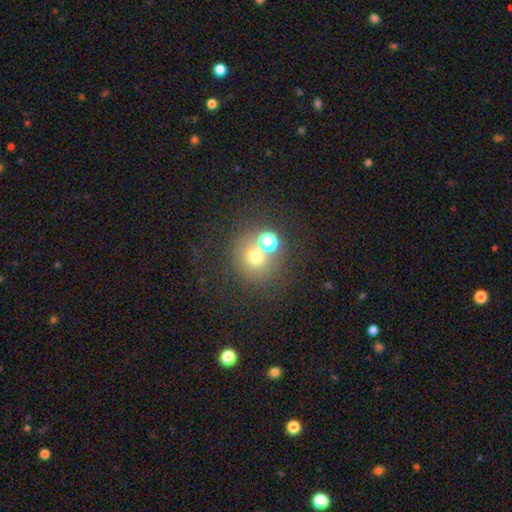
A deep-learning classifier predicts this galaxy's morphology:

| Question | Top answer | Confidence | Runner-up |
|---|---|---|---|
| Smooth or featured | smooth | 64% | star or artifact (24%) |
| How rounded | round | 86% | in between (13%) |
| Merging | none | 56% | merger (31%) |